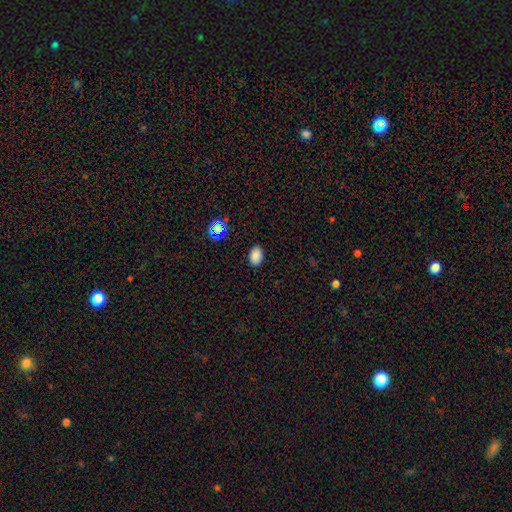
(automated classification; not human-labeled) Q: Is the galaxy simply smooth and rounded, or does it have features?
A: smooth — 85%.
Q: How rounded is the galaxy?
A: in between — 83%.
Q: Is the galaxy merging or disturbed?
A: none — 89%.